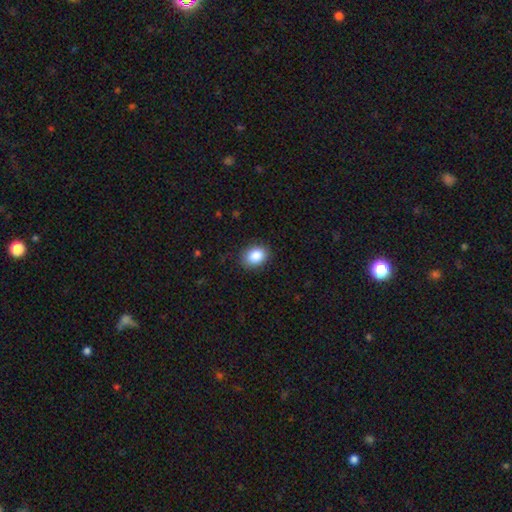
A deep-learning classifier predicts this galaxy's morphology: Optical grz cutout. It shows a smooth galaxy with no disk features (88%) that is in between round and cigar-shaped (64%). Merging: none (87%).